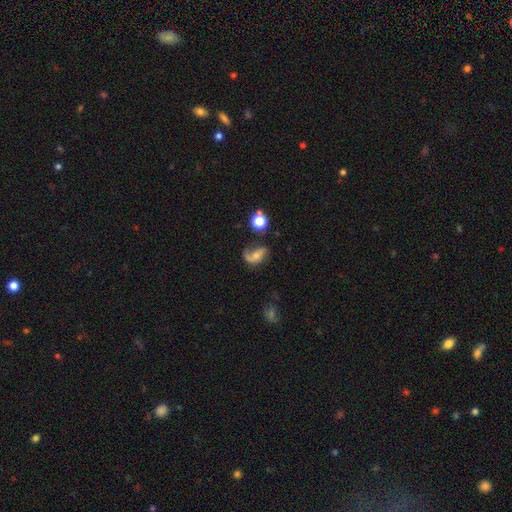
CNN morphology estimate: A featured or disk galaxy (61%) with no bar (56%), 2 (51%) loose (64%) spiral arms (86%) and a small central bulge (44%). Merging: none (41%).